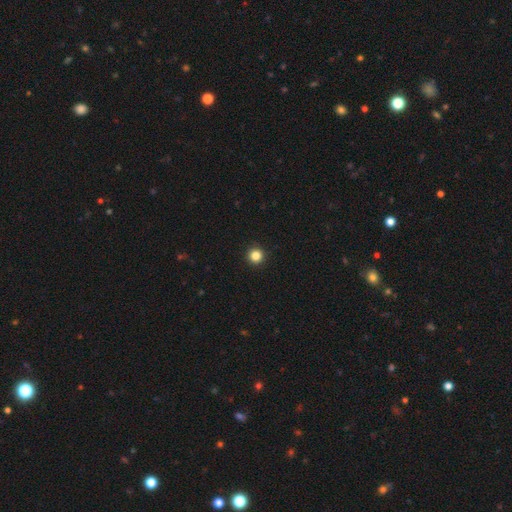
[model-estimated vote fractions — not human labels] Smooth or featured? smooth (84%)
How rounded? round (96%)
Merging? none (94%)